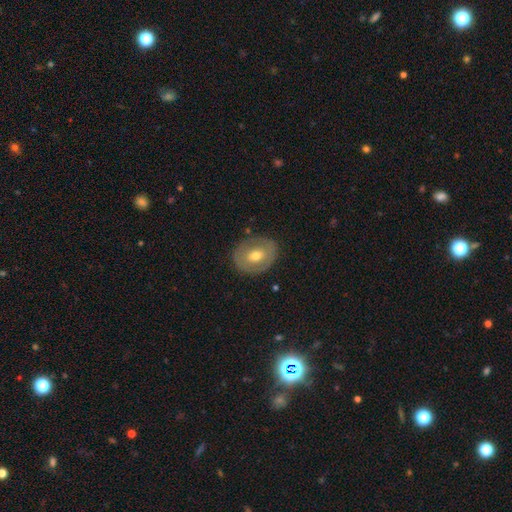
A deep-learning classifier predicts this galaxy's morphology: Smooth or featured? Predicted: featured or disk (p=0.49). Merging? Predicted: none (p=0.82).